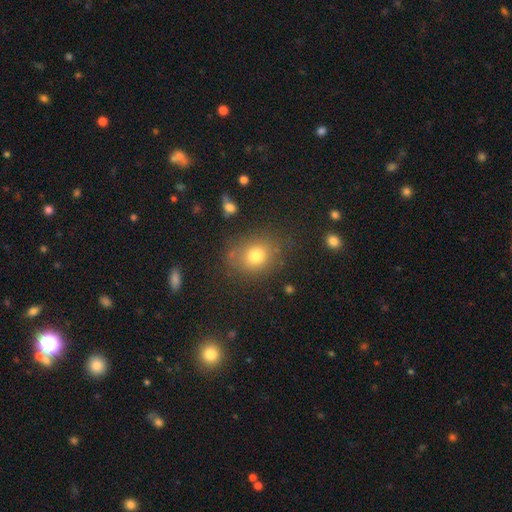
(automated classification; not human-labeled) Overall: smooth (76%). How rounded: round (61%; in between 38%). Merging: none (76%).